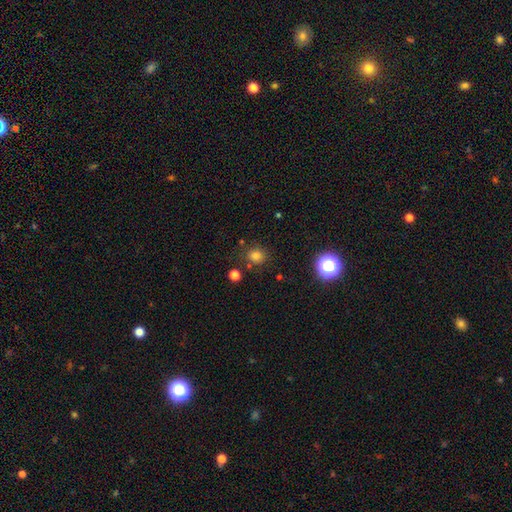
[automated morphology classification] type=smooth (76%); roundness=round (82%); merging=none (82%).